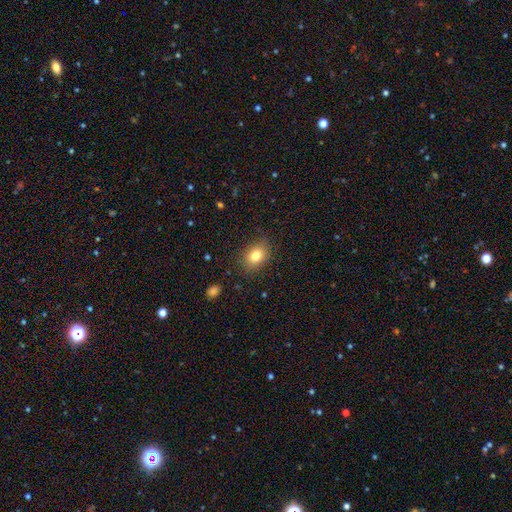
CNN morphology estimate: Smooth or featured?
  - smooth: 81% *
  - star or artifact: 10%
  - featured or disk: 9%
How rounded?
  - in between: 62% *
  - round: 37%
  - cigar-shaped: 1%
Merging?
  - none: 83% *
  - minor disturbance: 13%
  - major disturbance: 3%
  - merger: 1%